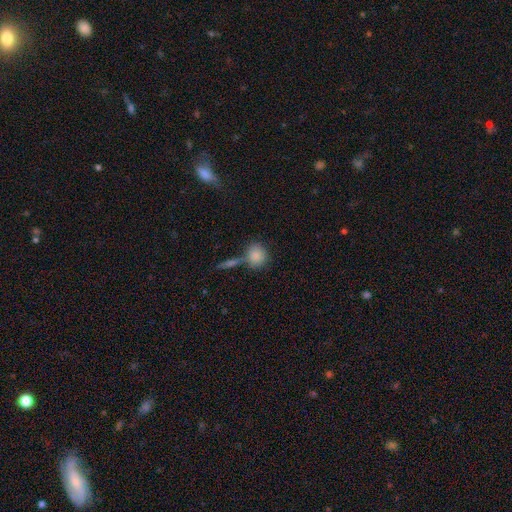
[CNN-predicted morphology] The model was most divided on "merging": none: 57%, merger: 25%, minor disturbance: 12%, major disturbance: 5%. More confident: smooth or featured — smooth (84%); how rounded — round (69%).